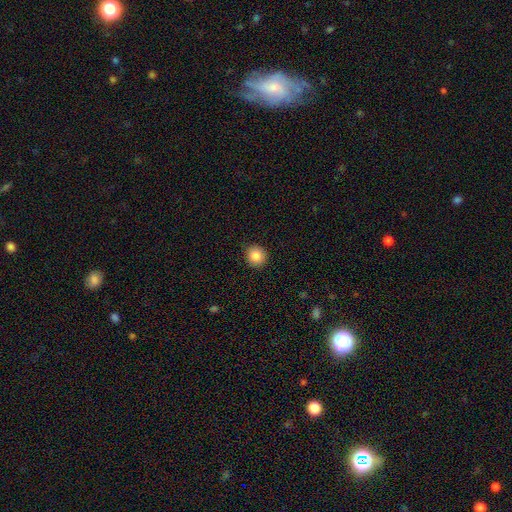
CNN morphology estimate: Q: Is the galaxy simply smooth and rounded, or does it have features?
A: smooth — 87%.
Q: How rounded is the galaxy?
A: round — 88%.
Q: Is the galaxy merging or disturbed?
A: none — 89%.